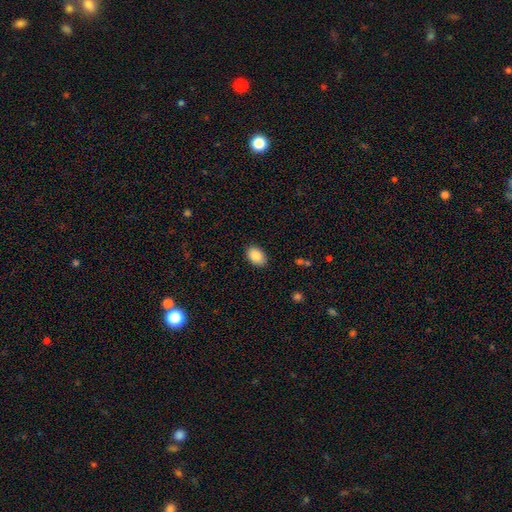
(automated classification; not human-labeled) A smooth galaxy with no disk features (87%) that is in between round and cigar-shaped (86%).

Vote fractions:
- Smooth or featured? smooth: 87% / star or artifact: 7% / featured or disk: 6%
- How rounded? in between: 86% / round: 13% / cigar-shaped: 1%
- Merging? none: 88% / minor disturbance: 9% / major disturbance: 2% / merger: 1%